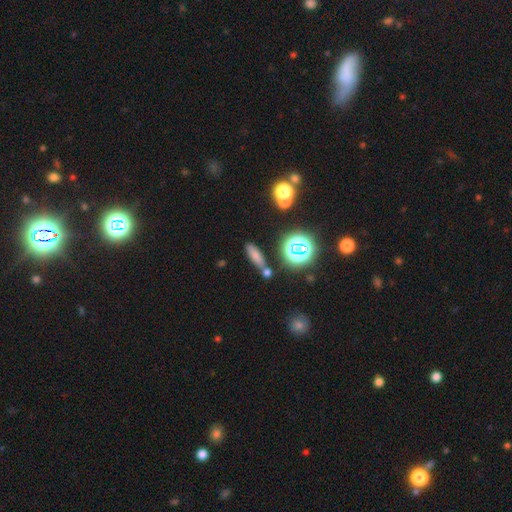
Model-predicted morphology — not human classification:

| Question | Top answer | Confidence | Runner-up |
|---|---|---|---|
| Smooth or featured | smooth | 68% | star or artifact (21%) |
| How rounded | cigar-shaped | 55% | in between (37%) |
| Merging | none | 71% | merger (13%) |